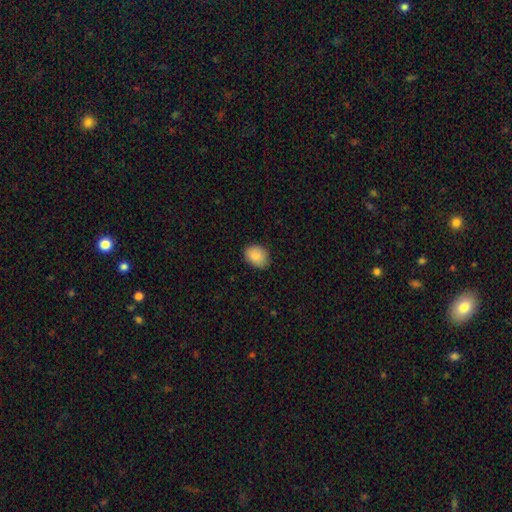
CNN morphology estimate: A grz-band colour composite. It shows a smooth galaxy with no disk features (87%) that is in between round and cigar-shaped (56%). Merging: none (82%).